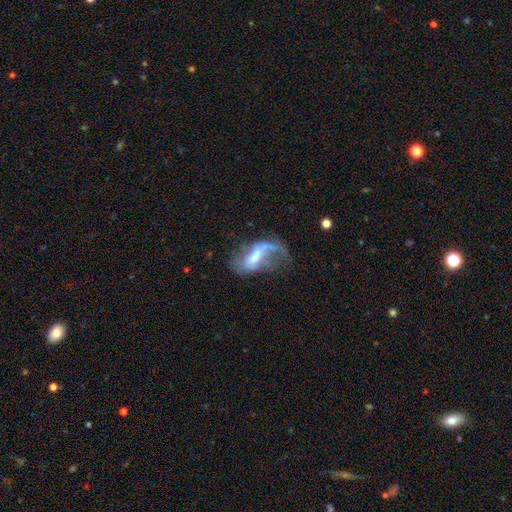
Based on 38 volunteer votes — Smooth or featured: featured or disk — 74% (smooth — 21%)
Edge-on disk: no — 100%
Bar: weak — 57% (strong — 21%)
Spiral arms: yes — 86% (no — 14%)
Spiral winding: loose — 88% (medium — 12%)
Spiral arm count: 1 — 54% (2 — 38%)
Bulge size: moderate — 50% (small — 36%)
Merging: none — 36% (minor disturbance — 31%)